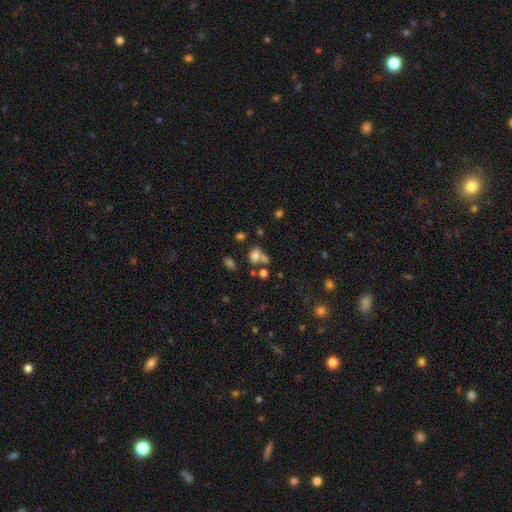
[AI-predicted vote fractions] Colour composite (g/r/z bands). It shows a smooth galaxy with no disk features (70%) that is in between round and cigar-shaped (71%). Merging: none (44%).